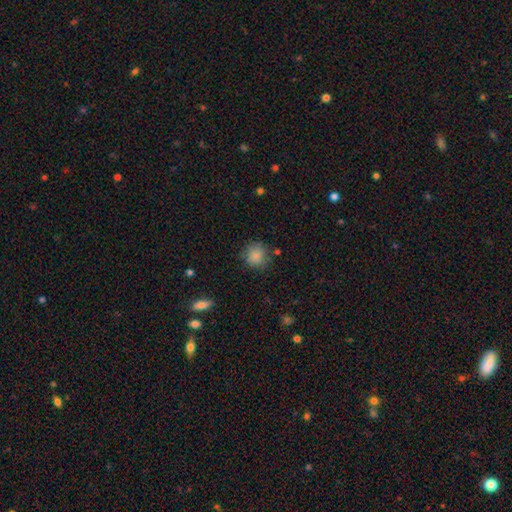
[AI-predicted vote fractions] Smooth or featured: smooth — 84% (star or artifact — 10%)
How rounded: round — 87% (in between — 12%)
Merging: none — 78% (minor disturbance — 15%)